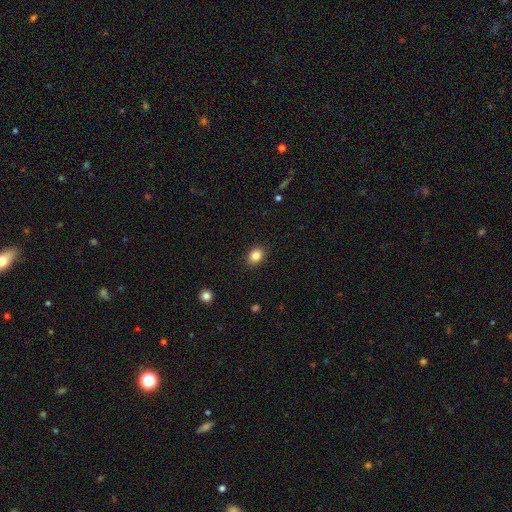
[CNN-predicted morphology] type=smooth (85%); roundness=in between (53%); merging=none (89%).